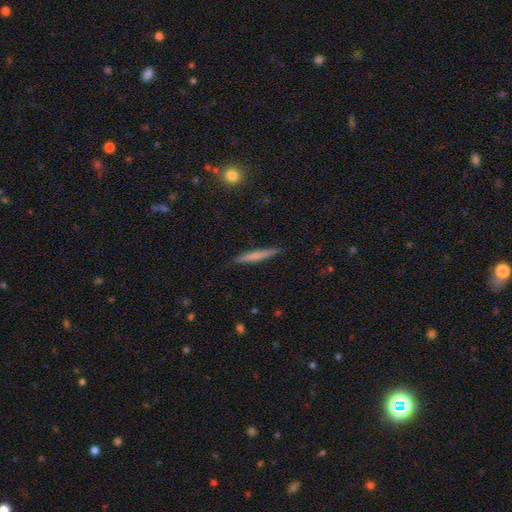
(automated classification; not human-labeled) The model was most divided on "smooth or featured": smooth: 67%, featured or disk: 27%, star or artifact: 6%. More confident: how rounded — cigar-shaped (95%); merging — none (90%).